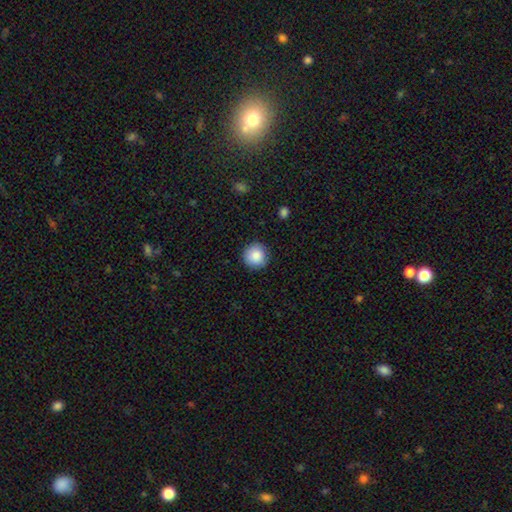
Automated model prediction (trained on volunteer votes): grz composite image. It shows a smooth galaxy with no disk features (87%) that is round (95%). Merging: none (89%).